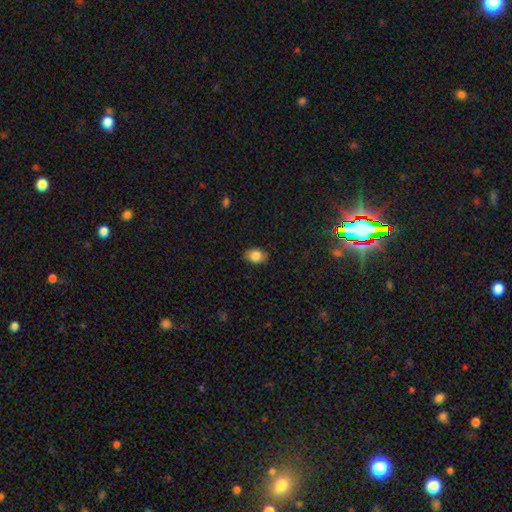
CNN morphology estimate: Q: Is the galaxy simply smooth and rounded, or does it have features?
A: smooth — 85%.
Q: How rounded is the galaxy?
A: in between — 74%.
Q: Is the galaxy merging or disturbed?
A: none — 85%.